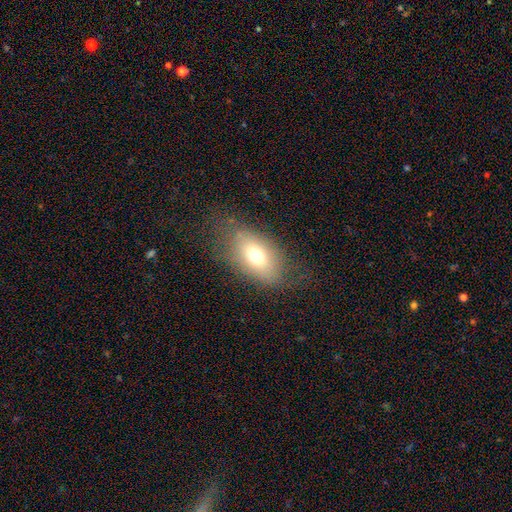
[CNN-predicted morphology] Smooth or featured? smooth (67%)
How rounded? in between (84%)
Merging? none (68%)